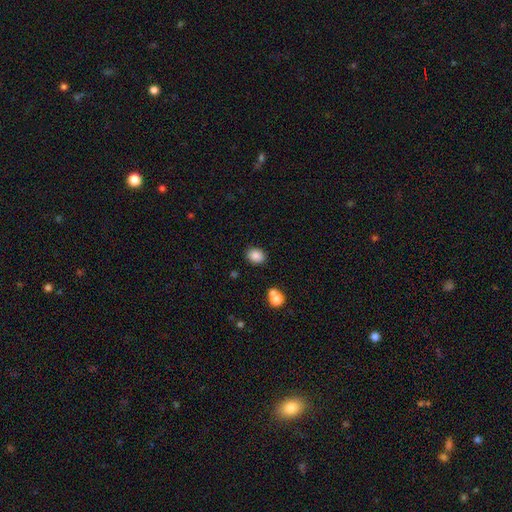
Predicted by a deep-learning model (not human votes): This appears to be a smooth galaxy with no disk features (86%) that is round (52%). Merging: none (85%).